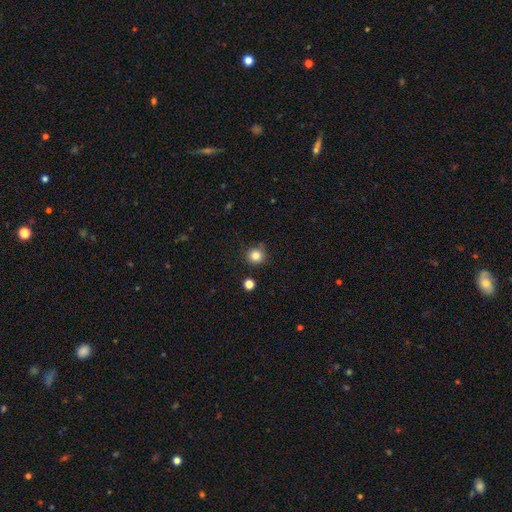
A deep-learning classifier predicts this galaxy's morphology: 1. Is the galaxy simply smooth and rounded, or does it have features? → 83% smooth, 12% star or artifact, 5% featured or disk.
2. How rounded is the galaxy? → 93% round, 6% in between, 1% cigar-shaped.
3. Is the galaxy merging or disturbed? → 84% none, 10% minor disturbance, 4% merger, 3% major disturbance.